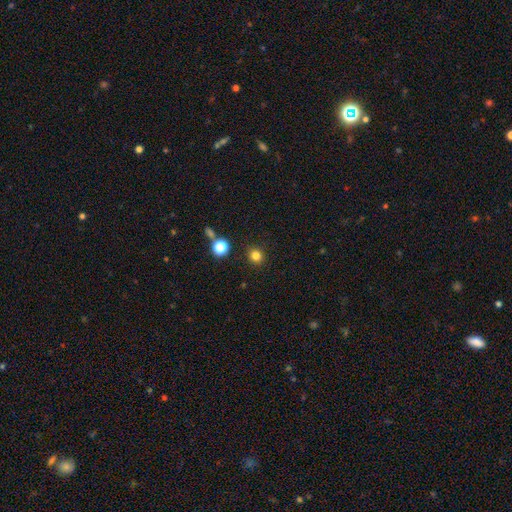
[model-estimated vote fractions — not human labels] Morphology: type=smooth (81%); roundness=round (89%); merging=none (90%).